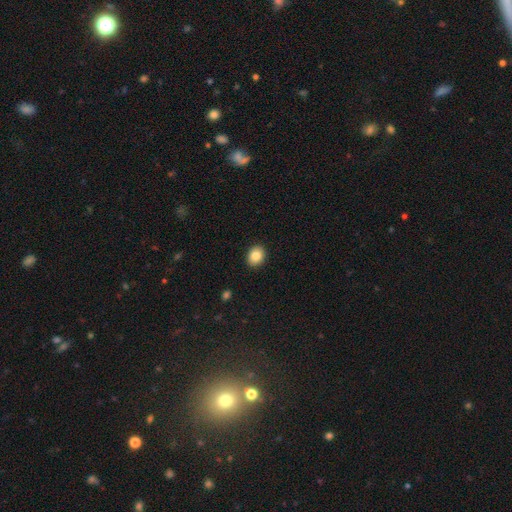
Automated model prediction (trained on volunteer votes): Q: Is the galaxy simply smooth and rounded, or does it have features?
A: smooth — 86%.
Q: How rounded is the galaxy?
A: in between — 53%.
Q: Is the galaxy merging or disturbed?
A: none — 91%.